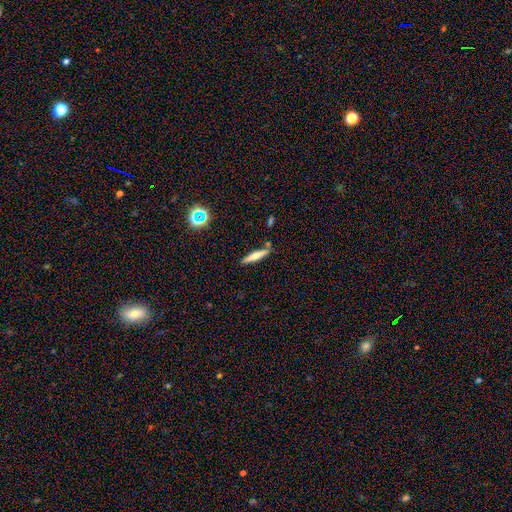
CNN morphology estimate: A smooth galaxy with no disk features (47%). Merging: none (82%).